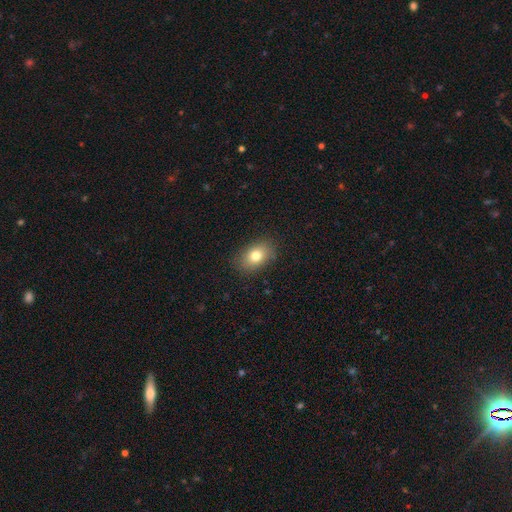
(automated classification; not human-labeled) A smooth galaxy with no disk features (78%) that is in between round and cigar-shaped (81%).

Vote fractions:
- Smooth or featured? smooth: 78% / featured or disk: 12% / star or artifact: 10%
- How rounded? in between: 81% / round: 18% / cigar-shaped: 1%
- Merging? none: 86% / minor disturbance: 10% / major disturbance: 3% / merger: 1%